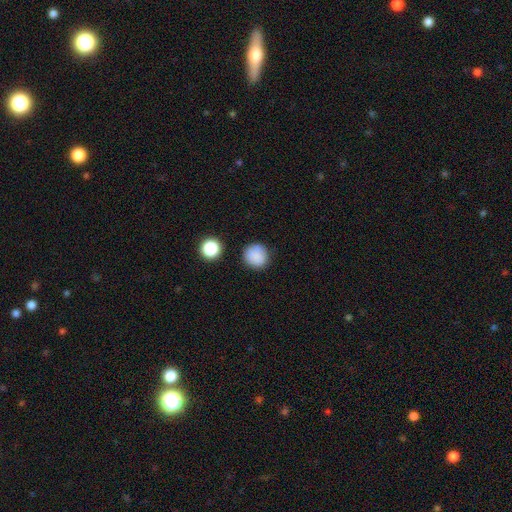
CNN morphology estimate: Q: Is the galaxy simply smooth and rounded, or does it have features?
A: smooth — 85%.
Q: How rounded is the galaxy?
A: round — 93%.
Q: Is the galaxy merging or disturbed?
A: none — 85%.